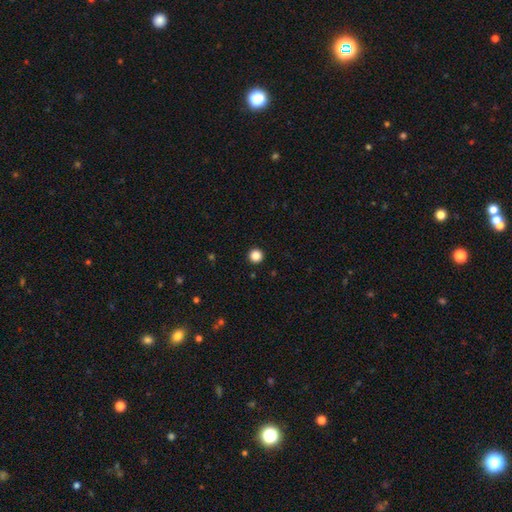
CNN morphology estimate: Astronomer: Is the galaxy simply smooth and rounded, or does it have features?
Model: smooth — 87%.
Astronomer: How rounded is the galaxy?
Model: round — 97%.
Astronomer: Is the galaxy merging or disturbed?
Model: none — 94%.